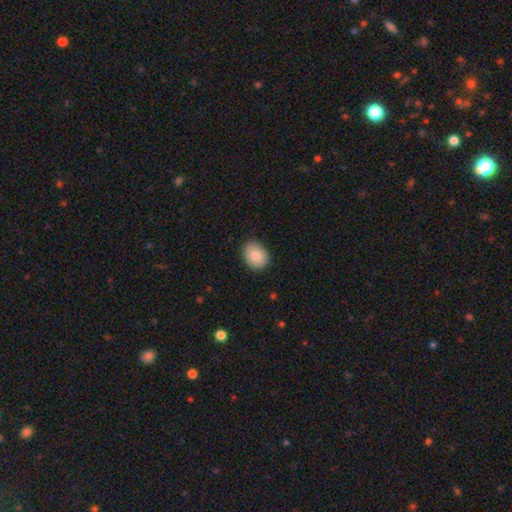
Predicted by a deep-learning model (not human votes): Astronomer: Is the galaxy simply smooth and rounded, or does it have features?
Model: smooth — 85%.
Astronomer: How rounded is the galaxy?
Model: in between — 61% (runner-up: round, 38%).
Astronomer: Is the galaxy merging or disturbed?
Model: none — 86%.